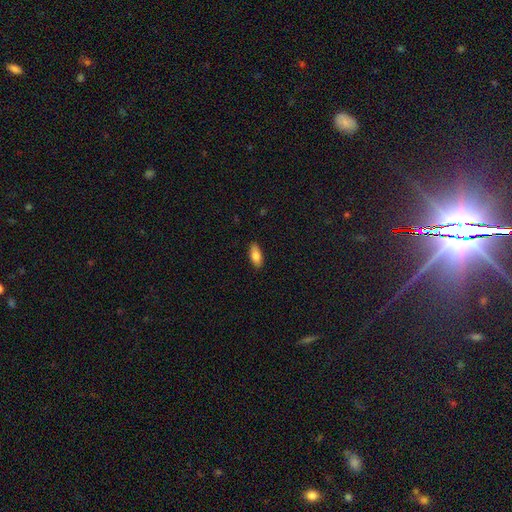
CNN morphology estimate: Smooth or featured? Predicted: smooth (p=0.83). How rounded? Predicted: in between (p=0.83). Merging? Predicted: none (p=0.87).